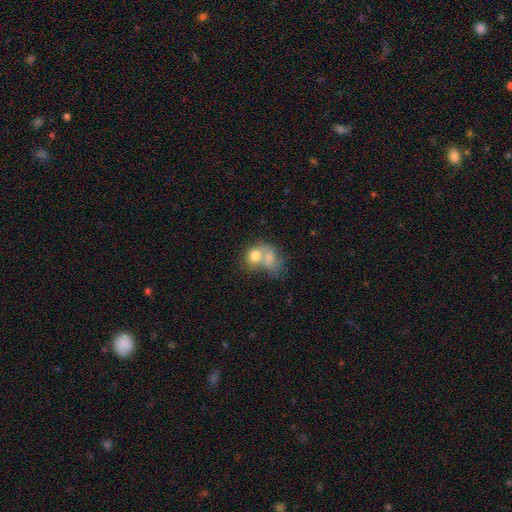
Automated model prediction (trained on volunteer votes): Smooth or featured? Predicted: smooth (p=0.73). How rounded? Predicted: in between (p=0.53). Merging? Predicted: merger (p=0.69).